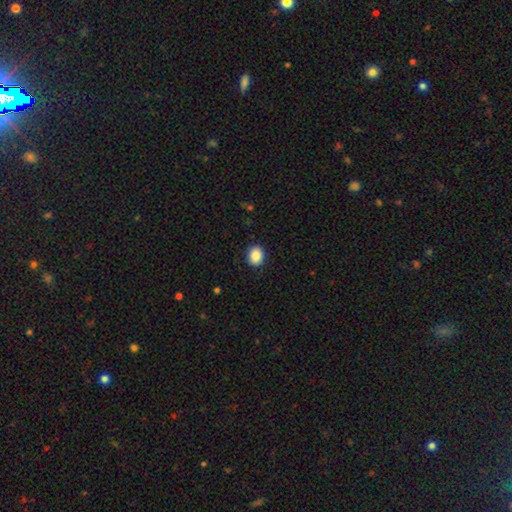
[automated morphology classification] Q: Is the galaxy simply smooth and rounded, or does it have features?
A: smooth — 89%.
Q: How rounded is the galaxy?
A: round — 53%.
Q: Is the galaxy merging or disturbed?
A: none — 91%.